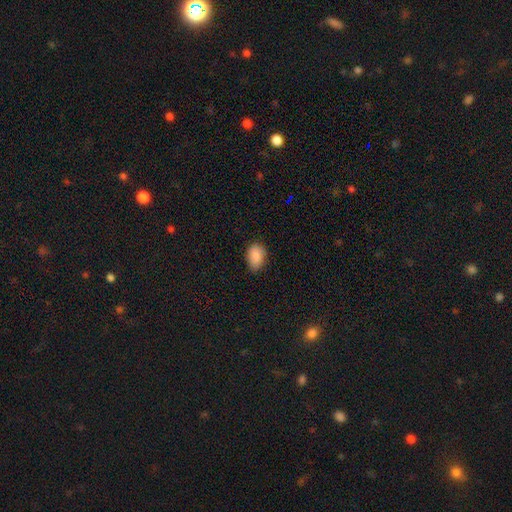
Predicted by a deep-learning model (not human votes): Smooth or featured? Predicted: smooth (p=0.88). How rounded? Predicted: in between (p=0.84). Merging? Predicted: none (p=0.71).